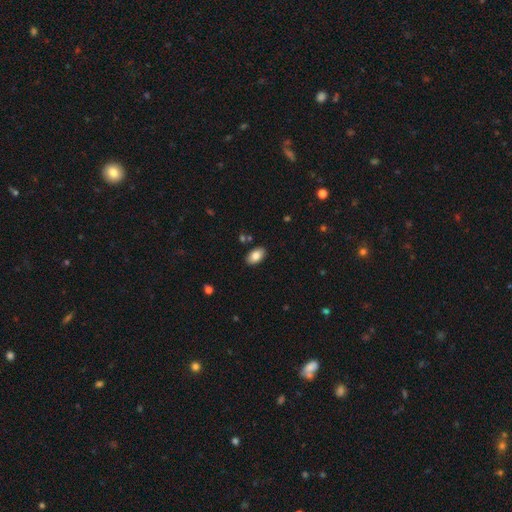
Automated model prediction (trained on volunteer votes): Overall: smooth (83%). How rounded: in between (93%). Merging: none (87%).